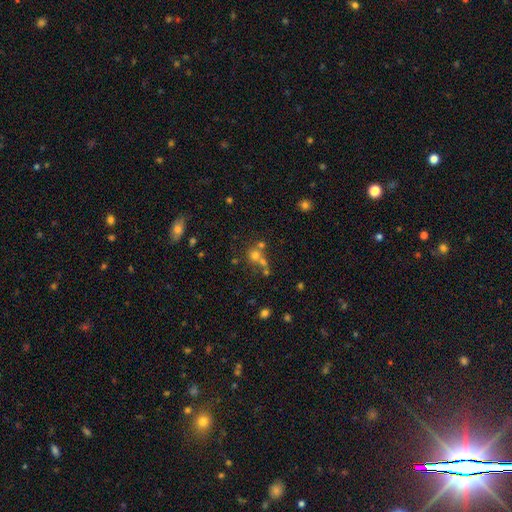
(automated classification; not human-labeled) Smooth or featured?
  - smooth: 54% *
  - star or artifact: 28%
  - featured or disk: 17%
How rounded?
  - round: 85% *
  - in between: 14%
  - cigar-shaped: 1%
Merging?
  - none: 49% *
  - merger: 39%
  - minor disturbance: 8%
  - major disturbance: 5%